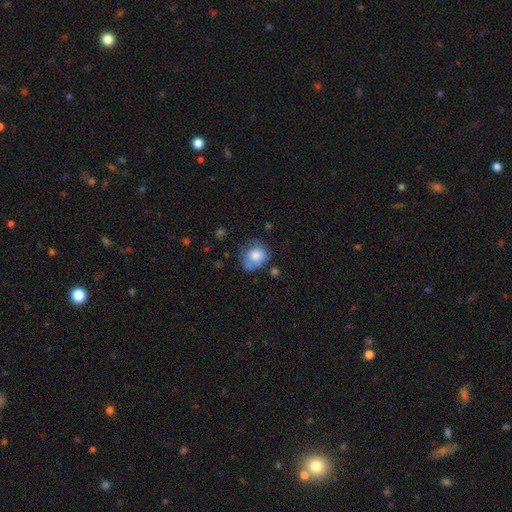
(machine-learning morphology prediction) smooth_or_featured: smooth (p=0.68) [alt: featured or disk p=0.24]
how_rounded: round (p=0.72) [alt: in between p=0.27]
merging: none (p=0.49) [alt: minor disturbance p=0.30]